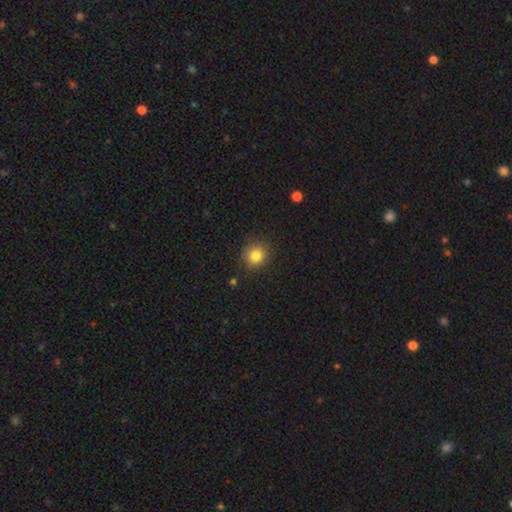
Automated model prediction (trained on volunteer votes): smooth_or_featured: smooth (p=0.83) [alt: star or artifact p=0.11]
how_rounded: round (p=0.89) [alt: in between p=0.10]
merging: none (p=0.86) [alt: minor disturbance p=0.10]